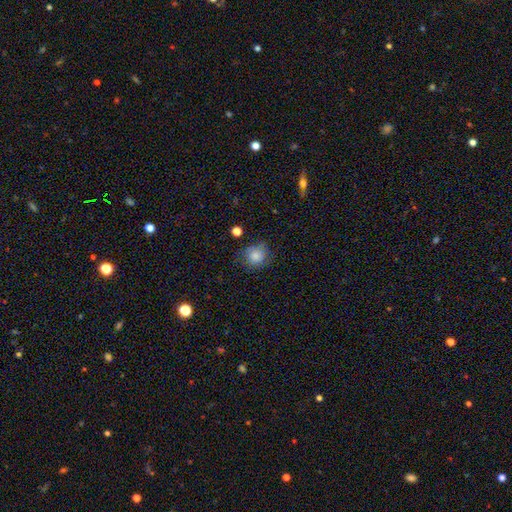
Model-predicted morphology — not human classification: smooth 82%, star or artifact 9%, featured or disk 9%. Down the decision tree: how rounded — round (81%); merging — none (68%).